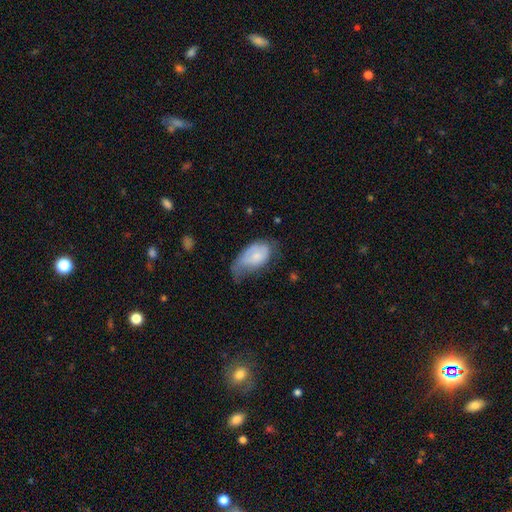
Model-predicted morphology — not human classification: smooth 65%, featured or disk 29%, star or artifact 6%. Down the decision tree: how rounded — in between (93%); merging — minor disturbance (40%).